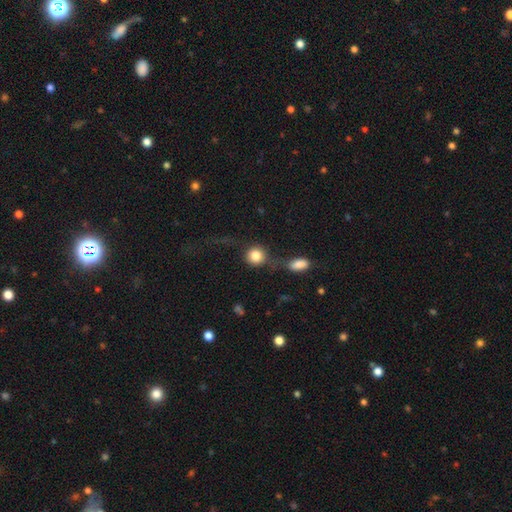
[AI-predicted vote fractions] The model was most divided on "merging": none: 49%, merger: 25%, minor disturbance: 14%, major disturbance: 13%. More confident: how rounded — round (88%); smooth or featured — smooth (81%).